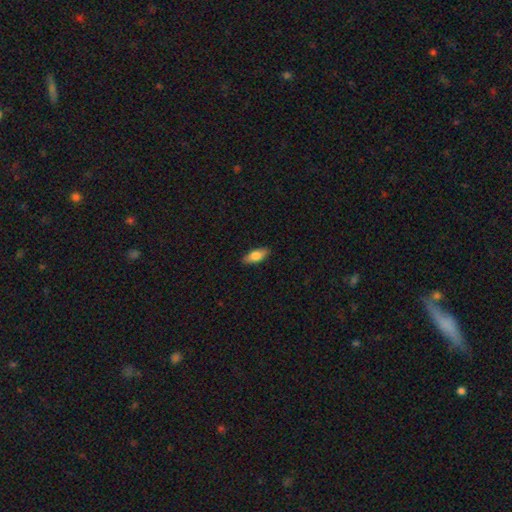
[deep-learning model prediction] A smooth galaxy with no disk features (75%) that is in between round and cigar-shaped (80%).

Vote fractions:
- Smooth or featured? smooth: 75% / featured or disk: 19% / star or artifact: 6%
- How rounded? in between: 80% / cigar-shaped: 17% / round: 3%
- Merging? none: 88% / minor disturbance: 9% / major disturbance: 2% / merger: 1%